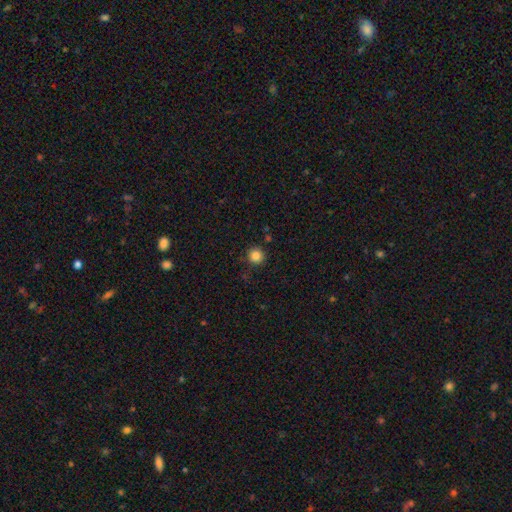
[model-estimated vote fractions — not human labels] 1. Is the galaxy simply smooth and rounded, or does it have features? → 84% smooth, 11% star or artifact, 4% featured or disk.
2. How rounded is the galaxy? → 94% round, 5% in between, 1% cigar-shaped.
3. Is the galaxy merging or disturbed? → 88% none, 8% minor disturbance, 2% major disturbance, 2% merger.